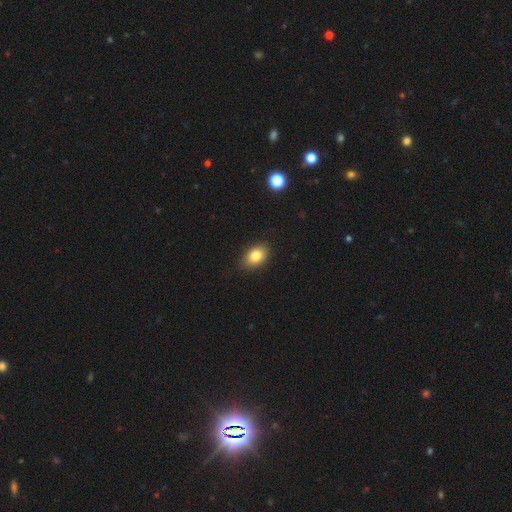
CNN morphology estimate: type=smooth (82%); roundness=in between (83%); merging=none (87%).